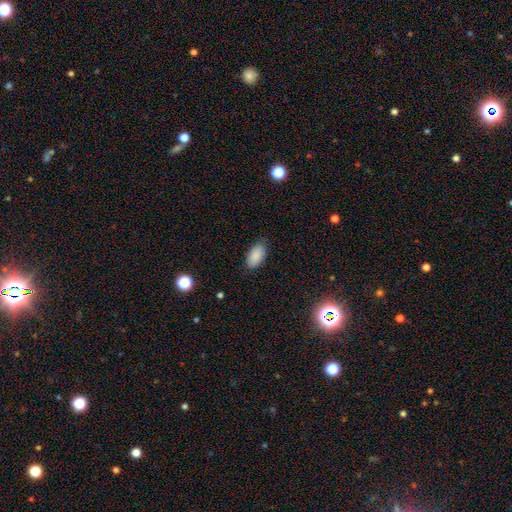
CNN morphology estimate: Smooth or featured: smooth — 88% (star or artifact — 8%)
How rounded: in between — 94% (cigar-shaped — 3%)
Merging: none — 81% (minor disturbance — 15%)